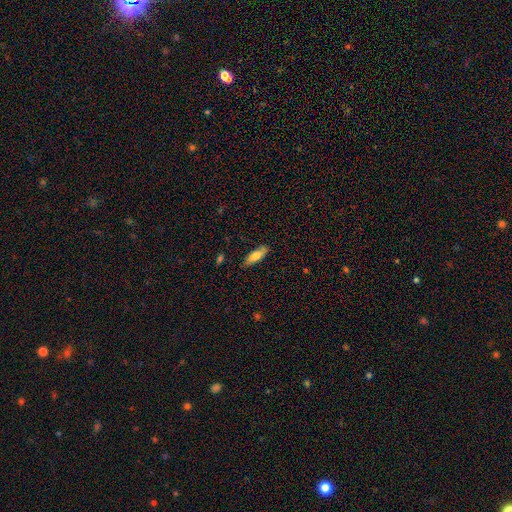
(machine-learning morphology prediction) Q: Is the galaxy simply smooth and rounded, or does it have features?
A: smooth — 76%.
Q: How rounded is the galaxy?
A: in between — 60%.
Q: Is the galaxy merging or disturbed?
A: none — 84%.